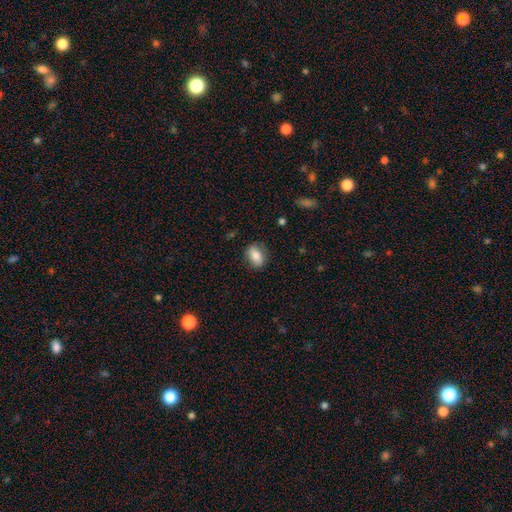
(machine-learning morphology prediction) A smooth galaxy with no disk features (73%) that is in between round and cigar-shaped (75%).

Vote fractions:
- Smooth or featured? smooth: 73% / featured or disk: 19% / star or artifact: 8%
- How rounded? in between: 75% / round: 22% / cigar-shaped: 3%
- Merging? none: 79% / minor disturbance: 15% / major disturbance: 4% / merger: 1%